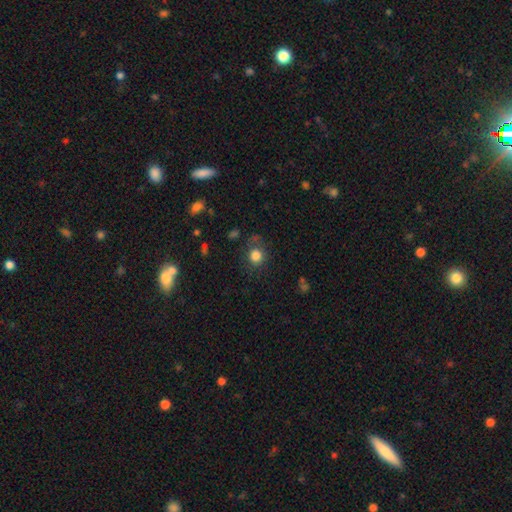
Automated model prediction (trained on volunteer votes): Smooth or featured? Predicted: smooth (p=0.82). How rounded? Predicted: round (p=0.85). Merging? Predicted: none (p=0.73).